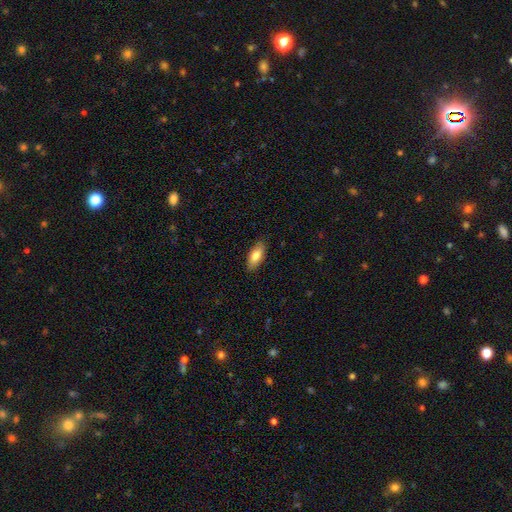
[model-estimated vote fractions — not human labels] smooth_or_featured: smooth (p=0.82) [alt: featured or disk p=0.12]
how_rounded: in between (p=0.84) [alt: cigar-shaped p=0.14]
merging: none (p=0.87) [alt: minor disturbance p=0.10]